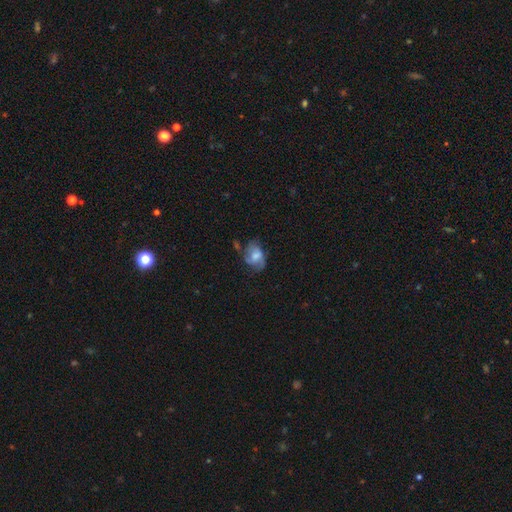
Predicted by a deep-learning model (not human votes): Overall: smooth (47%; featured or disk 44%). Merging: none (45%; minor disturbance 29%).